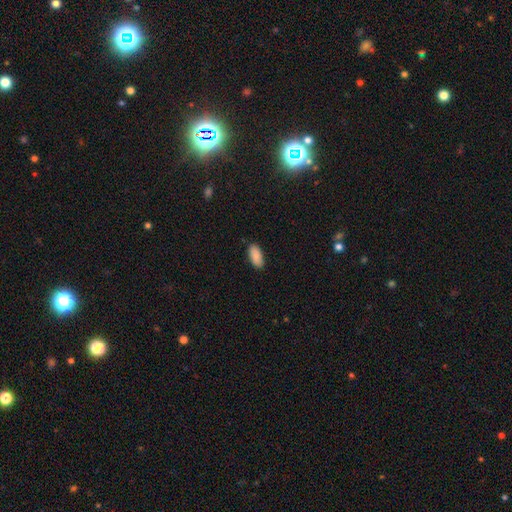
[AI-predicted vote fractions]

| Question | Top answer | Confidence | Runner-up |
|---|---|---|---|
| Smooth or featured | smooth | 89% | star or artifact (6%) |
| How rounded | in between | 90% | cigar-shaped (8%) |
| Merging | none | 87% | minor disturbance (10%) |